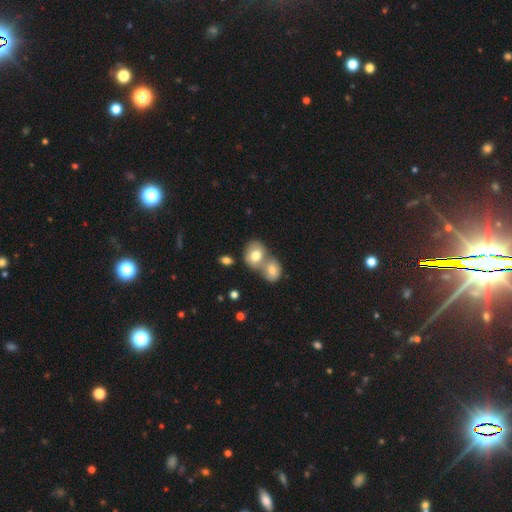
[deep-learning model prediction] Overall: smooth (76%). How rounded: in between (54%; round 45%). Merging: merger (64%; none 25%).